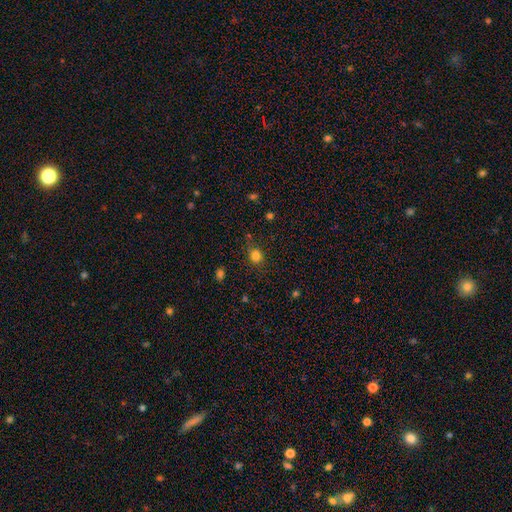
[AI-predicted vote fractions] Smooth or featured? Predicted: smooth (p=0.81). How rounded? Predicted: round (p=0.77). Merging? Predicted: none (p=0.76).